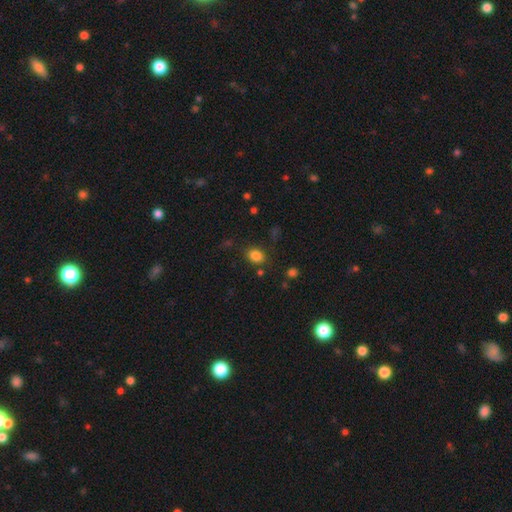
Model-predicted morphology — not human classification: A smooth galaxy with no disk features (83%) that is in between round and cigar-shaped (60%). Merging: none (80%).